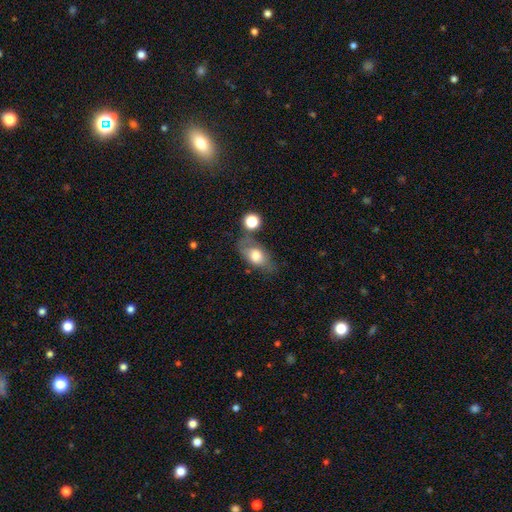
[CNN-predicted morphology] Smooth or featured?
  - smooth: 66% *
  - featured or disk: 26%
  - star or artifact: 8%
How rounded?
  - in between: 84% *
  - round: 12%
  - cigar-shaped: 4%
Merging?
  - none: 54% *
  - minor disturbance: 23%
  - merger: 13%
  - major disturbance: 10%